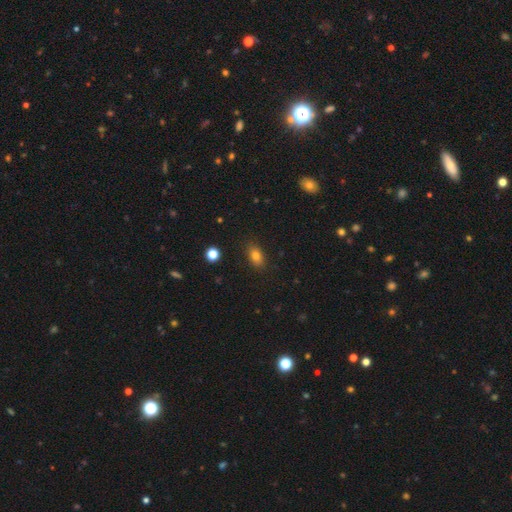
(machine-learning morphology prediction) Smooth or featured?
  - smooth: 81% *
  - star or artifact: 11%
  - featured or disk: 8%
How rounded?
  - in between: 82% *
  - round: 14%
  - cigar-shaped: 4%
Merging?
  - none: 85% *
  - minor disturbance: 10%
  - major disturbance: 3%
  - merger: 1%